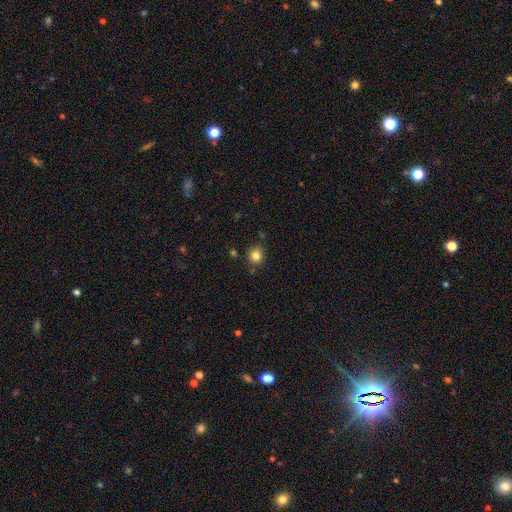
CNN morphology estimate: Smooth or featured? smooth (83%)
How rounded? round (86%)
Merging? none (84%)